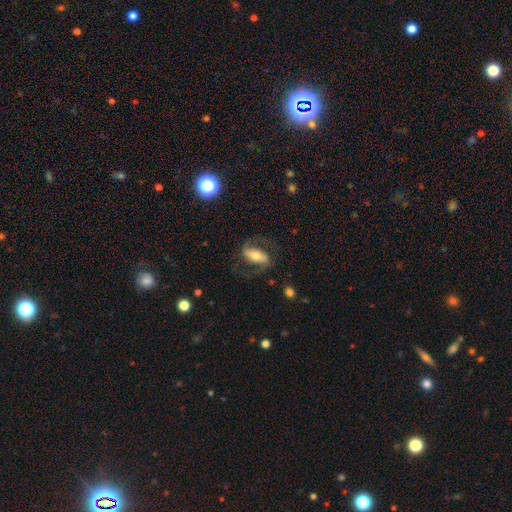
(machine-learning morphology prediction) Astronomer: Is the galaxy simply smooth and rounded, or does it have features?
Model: featured or disk — 69%.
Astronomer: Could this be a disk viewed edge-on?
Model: no — 92%.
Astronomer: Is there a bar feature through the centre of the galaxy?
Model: strong — 55%.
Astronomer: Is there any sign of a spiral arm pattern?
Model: yes — 89%.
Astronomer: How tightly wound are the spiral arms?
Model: medium — 46% (runner-up: loose, 39%).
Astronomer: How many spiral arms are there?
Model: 2 — 90%.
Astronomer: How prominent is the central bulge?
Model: moderate — 56%.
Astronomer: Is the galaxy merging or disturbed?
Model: none — 69%.